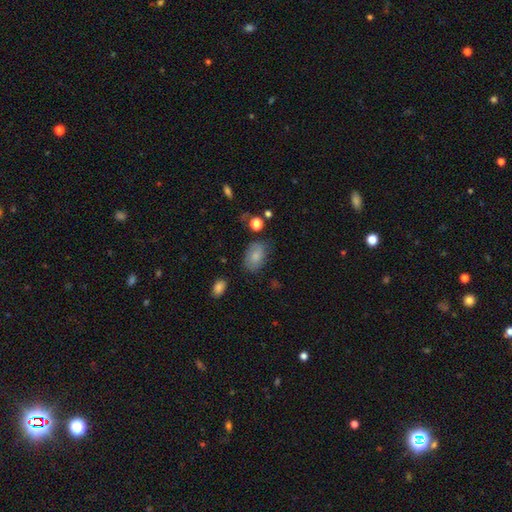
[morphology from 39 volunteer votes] smooth-or-featured: smooth: 87% | star or artifact: 10% | featured or disk: 3%
  how-rounded: in between: 91% | round: 9% | cigar-shaped: 0%
  merging: none: 71% | minor disturbance: 20% | merger: 6% | major disturbance: 3%